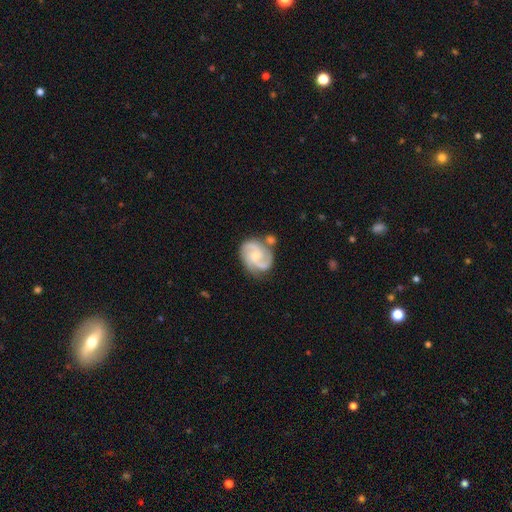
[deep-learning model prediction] A featured or disk galaxy (85%) with no bar (56%), 2 (65%) medium (54%) spiral arms (97%) and a small central bulge (55%). Merging: none (63%).